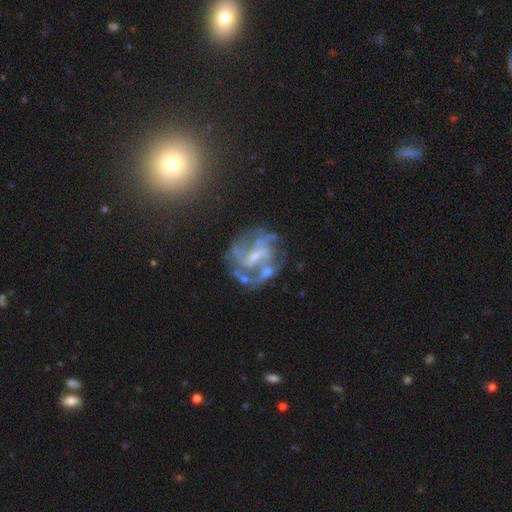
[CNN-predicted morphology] The model was most divided on "spiral arm count": can't tell: 36%, 2: 29%, 3: 18%, 4: 7%, 1: 6%, more than 4: 4%. Remaining: edge-on disk — no (97%); smooth or featured — featured or disk (78%); spiral arms — yes (74%); merging — none (47%); spiral winding — medium (44%); bar — weak (43%); bulge size — small (42%).